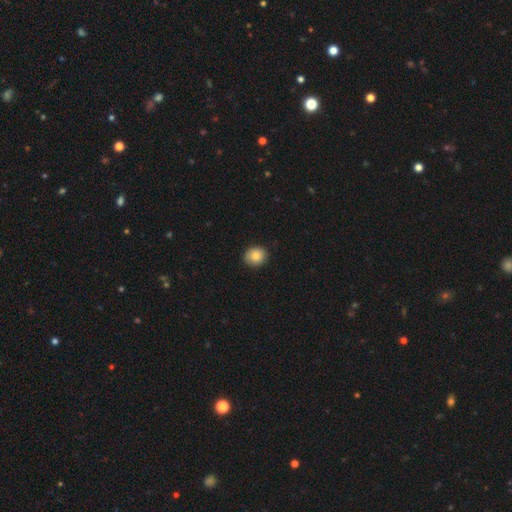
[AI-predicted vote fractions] This appears to be a smooth galaxy with no disk features (83%) that is round (77%). Merging: none (88%).